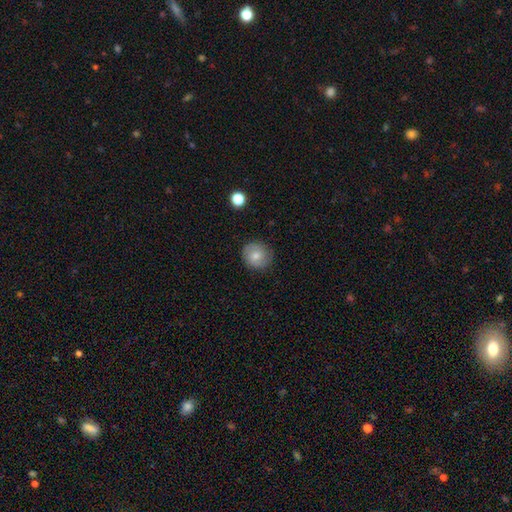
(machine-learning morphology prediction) Smooth or featured? Predicted: smooth (p=0.68). How rounded? Predicted: round (p=0.87). Merging? Predicted: none (p=0.85).